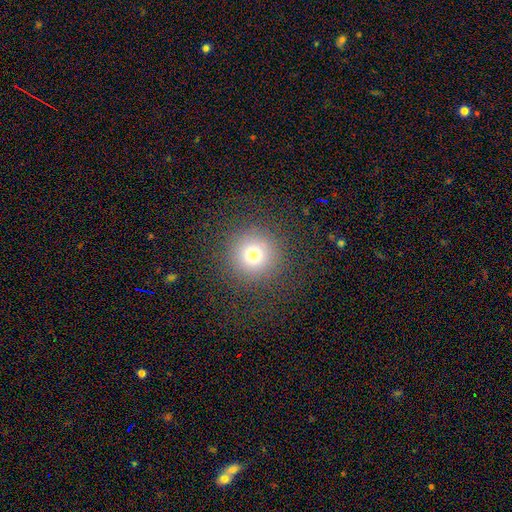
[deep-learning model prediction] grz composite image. It shows a smooth galaxy with no disk features (73%) that is round (96%). Merging: none (87%).